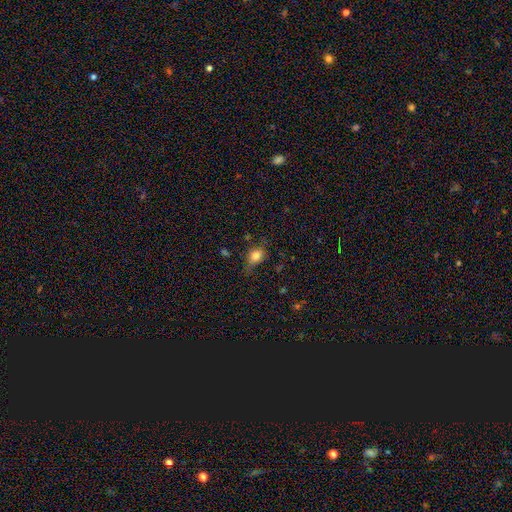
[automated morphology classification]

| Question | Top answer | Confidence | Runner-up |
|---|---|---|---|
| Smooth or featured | smooth | 78% | star or artifact (11%) |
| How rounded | in between | 56% | round (42%) |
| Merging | none | 61% | minor disturbance (28%) |